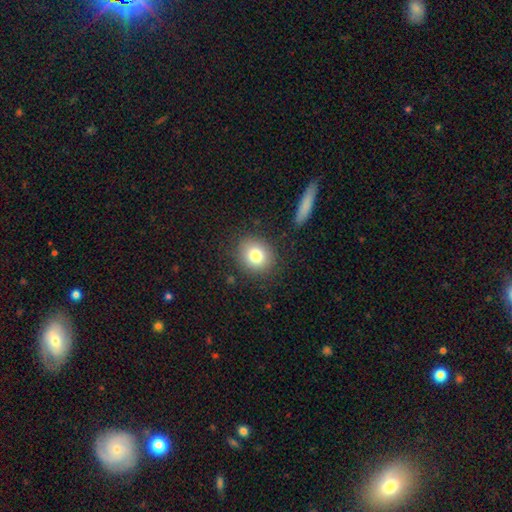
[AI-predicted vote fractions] smooth_or_featured: smooth (p=0.79) [alt: star or artifact p=0.11]
how_rounded: round (p=0.76) [alt: in between p=0.23]
merging: none (p=0.86) [alt: minor disturbance p=0.09]